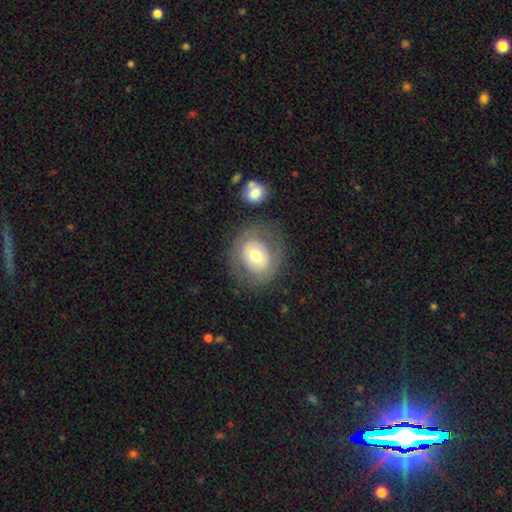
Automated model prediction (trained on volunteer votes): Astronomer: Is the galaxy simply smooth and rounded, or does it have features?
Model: smooth — 57% (runner-up: featured or disk, 35%).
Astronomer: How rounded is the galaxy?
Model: round — 65%.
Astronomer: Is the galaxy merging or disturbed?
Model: none — 75%.